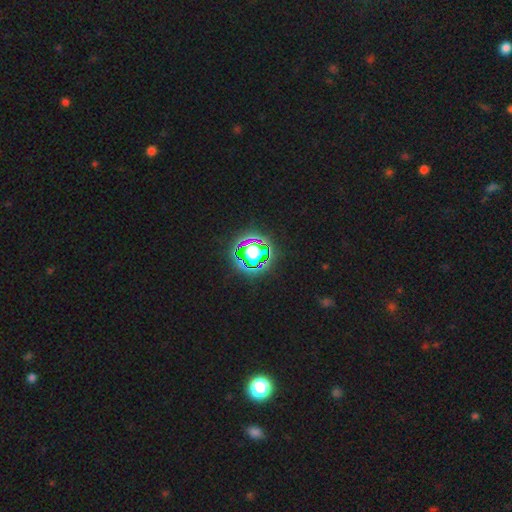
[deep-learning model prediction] smooth_or_featured: star or artifact (p=0.57) [alt: smooth p=0.25]